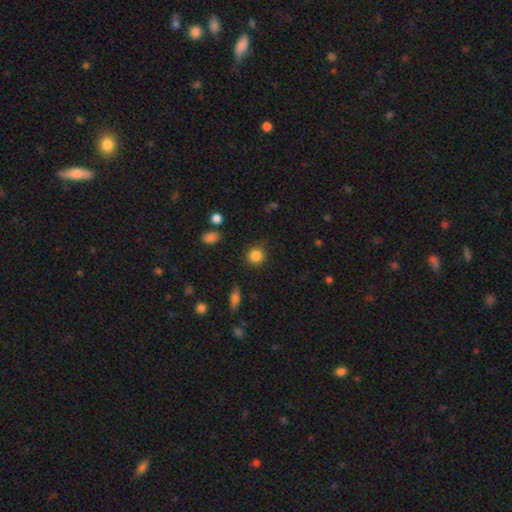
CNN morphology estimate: This is clearly a smooth galaxy (85%). How rounded: clearly round (90%). Merging: clearly none (85%).